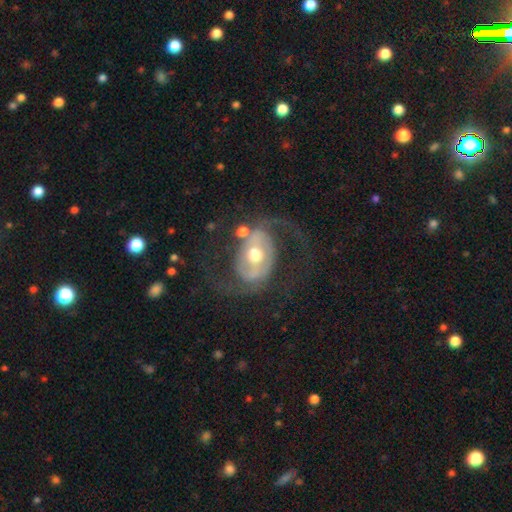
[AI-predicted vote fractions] Smooth or featured: featured or disk — 86% (smooth — 9%)
Edge-on disk: no — 97% (yes — 3%)
Bar: no — 38% (weak — 37%)
Spiral arms: yes — 91% (no — 9%)
Spiral winding: medium — 47% (loose — 39%)
Spiral arm count: 2 — 89% (1 — 4%)
Bulge size: moderate — 73% (small — 13%)
Merging: none — 62% (major disturbance — 20%)